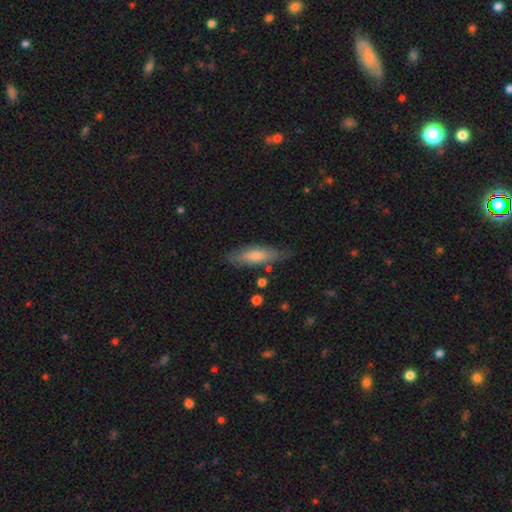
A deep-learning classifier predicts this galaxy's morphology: Smooth or featured?
  - smooth: 65% *
  - featured or disk: 28%
  - star or artifact: 6%
How rounded?
  - cigar-shaped: 56% *
  - in between: 43%
  - round: 2%
Merging?
  - none: 74% *
  - minor disturbance: 19%
  - major disturbance: 4%
  - merger: 2%